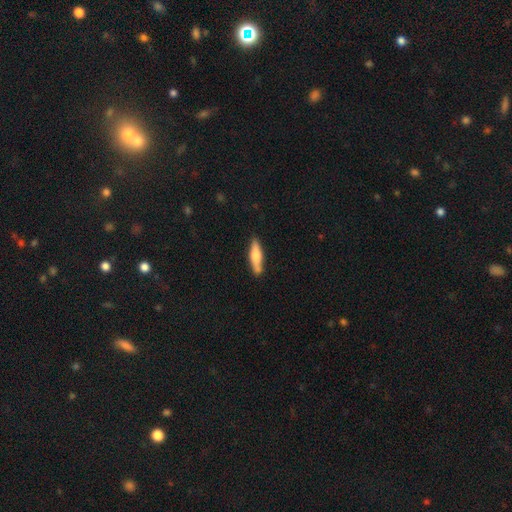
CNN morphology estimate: Smooth or featured? Predicted: smooth (p=0.63). How rounded? Predicted: cigar-shaped (p=0.71). Merging? Predicted: none (p=0.81).